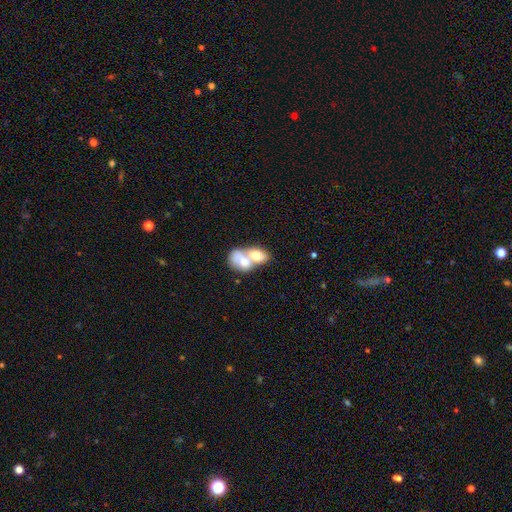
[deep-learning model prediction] This appears to be a smooth galaxy with no disk features (67%) that is in between round and cigar-shaped (84%). Merging: merger (77%).